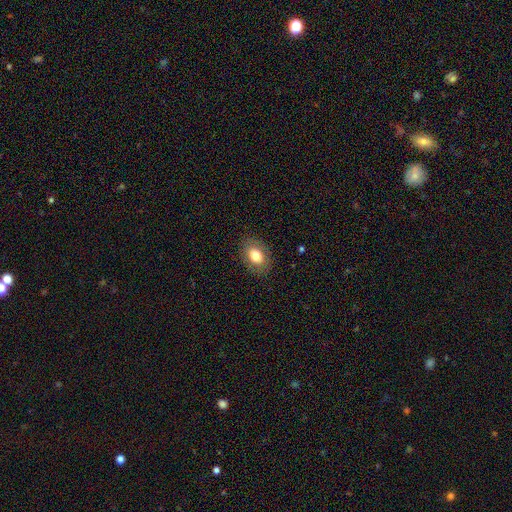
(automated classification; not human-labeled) Smooth or featured? smooth (77%)
How rounded? in between (79%)
Merging? none (85%)